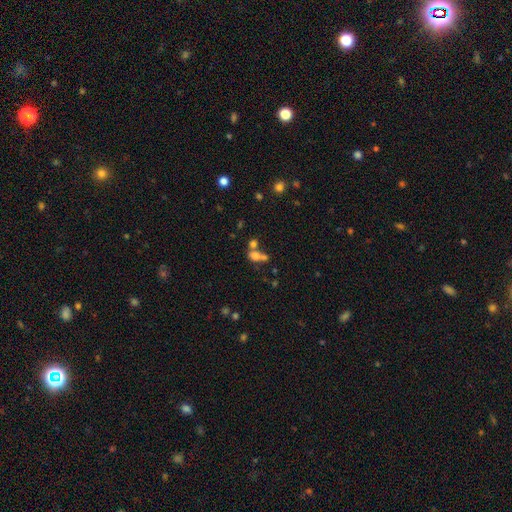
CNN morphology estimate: Smooth or featured: smooth — 68% (featured or disk — 17%)
How rounded: in between — 57% (round — 40%)
Merging: merger — 55% (none — 29%)